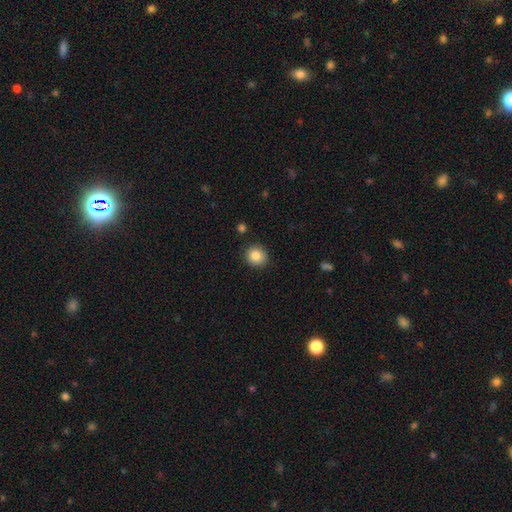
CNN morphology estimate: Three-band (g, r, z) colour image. It shows a smooth galaxy with no disk features (85%) that is round (89%). Merging: none (90%).